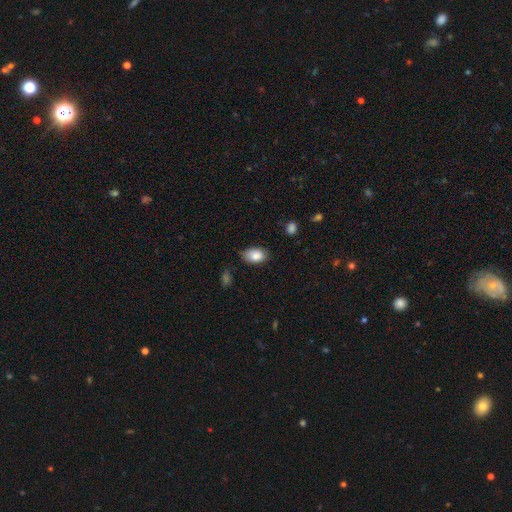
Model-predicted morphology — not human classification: Q: Smooth or featured?
A: smooth (86%); runner-up: star or artifact (7%)
Q: How rounded?
A: in between (89%); runner-up: round (9%)
Q: Merging?
A: none (71%); runner-up: minor disturbance (23%)